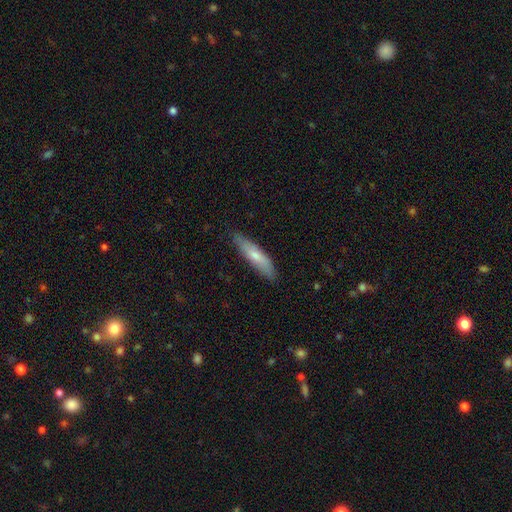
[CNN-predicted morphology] smooth_or_featured: smooth (p=0.66) [alt: featured or disk p=0.28]
how_rounded: cigar-shaped (p=0.76) [alt: in between p=0.23]
merging: none (p=0.83) [alt: minor disturbance p=0.14]